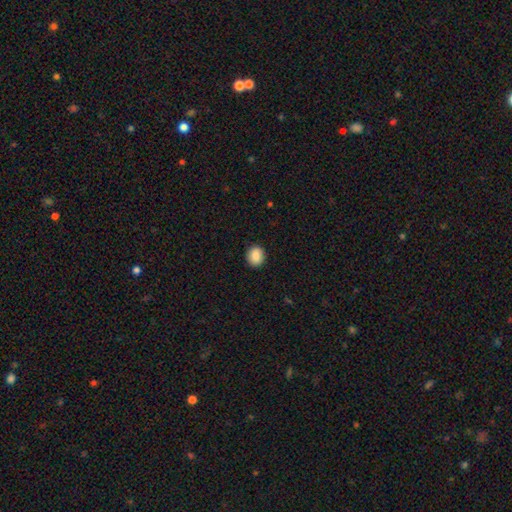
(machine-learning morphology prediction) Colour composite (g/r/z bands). It shows a smooth galaxy with no disk features (87%) that is round (70%). Merging: none (91%).